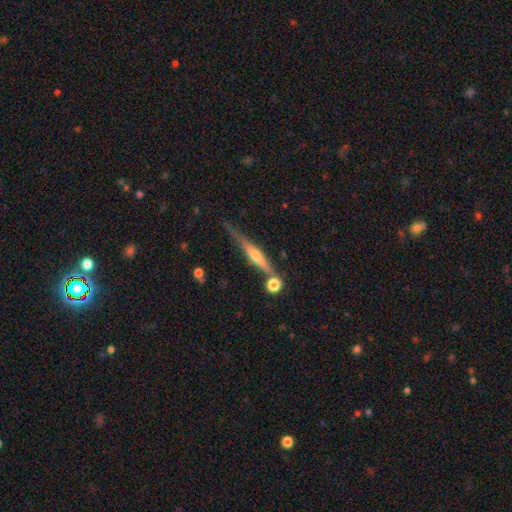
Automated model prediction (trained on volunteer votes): This is likely a featured or disk galaxy (73%). It is clearly viewed edge-on (97%). Edge-on bulge: likely rounded (77%). Merging: likely none (72%).